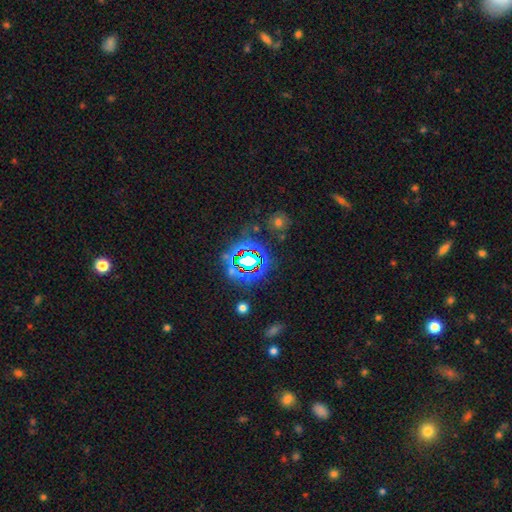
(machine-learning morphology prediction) The model was most divided on "smooth or featured": star or artifact: 74%, smooth: 15%, featured or disk: 11%.